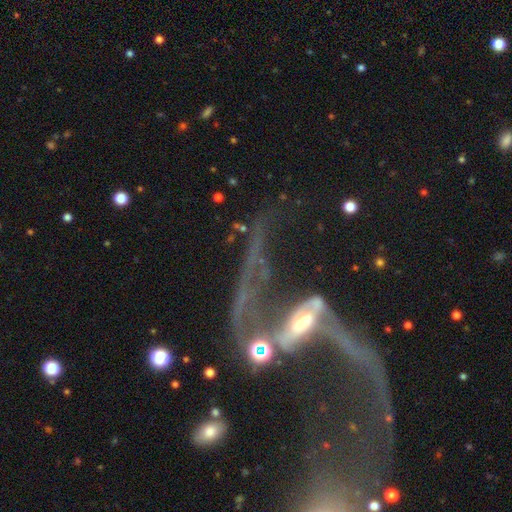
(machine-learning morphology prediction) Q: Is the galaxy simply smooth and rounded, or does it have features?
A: featured or disk — 83%.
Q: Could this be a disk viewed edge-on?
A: no — 87%.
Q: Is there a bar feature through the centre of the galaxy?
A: no — 34%, tied with weak.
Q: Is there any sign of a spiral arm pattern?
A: yes — 81%.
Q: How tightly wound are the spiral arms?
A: loose — 88%.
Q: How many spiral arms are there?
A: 2 — 86%.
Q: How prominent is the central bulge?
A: small — 46%.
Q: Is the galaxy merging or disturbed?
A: major disturbance — 33%.